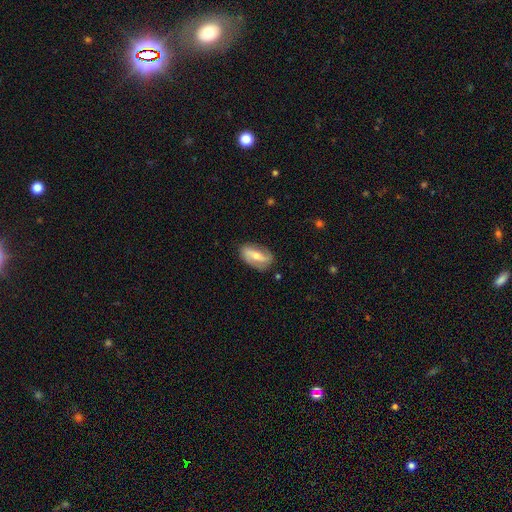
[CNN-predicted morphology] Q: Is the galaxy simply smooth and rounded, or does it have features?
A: featured or disk — 67%.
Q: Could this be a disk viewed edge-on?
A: no — 92%.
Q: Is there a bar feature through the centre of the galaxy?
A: strong — 46%.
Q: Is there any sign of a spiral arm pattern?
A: yes — 81%.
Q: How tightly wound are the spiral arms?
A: loose — 42%.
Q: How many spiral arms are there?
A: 2 — 86%.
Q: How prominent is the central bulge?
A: moderate — 57%.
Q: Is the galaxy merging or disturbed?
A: none — 79%.